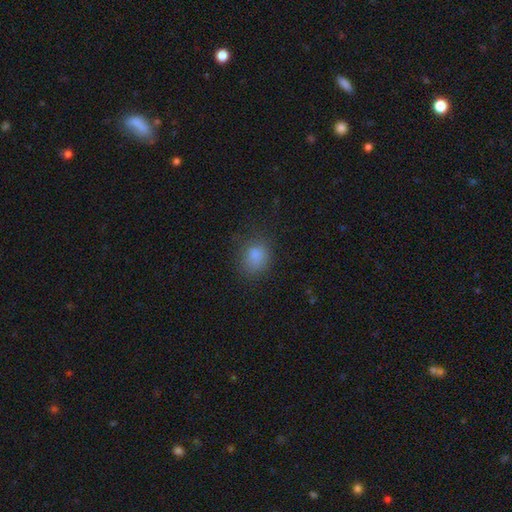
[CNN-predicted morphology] This is clearly a smooth galaxy (83%). How rounded: likely round (64%). Merging: likely none (73%).